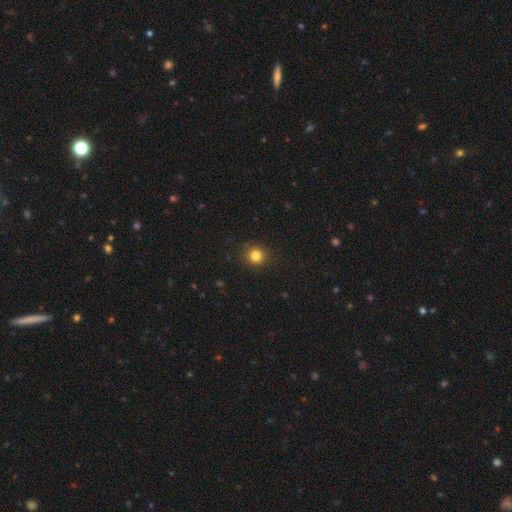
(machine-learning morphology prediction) A smooth galaxy with no disk features (83%) that is round (93%).

Vote fractions:
- Smooth or featured? smooth: 83% / star or artifact: 13% / featured or disk: 5%
- How rounded? round: 93% / in between: 6% / cigar-shaped: 1%
- Merging? none: 90% / minor disturbance: 7% / major disturbance: 2% / merger: 1%